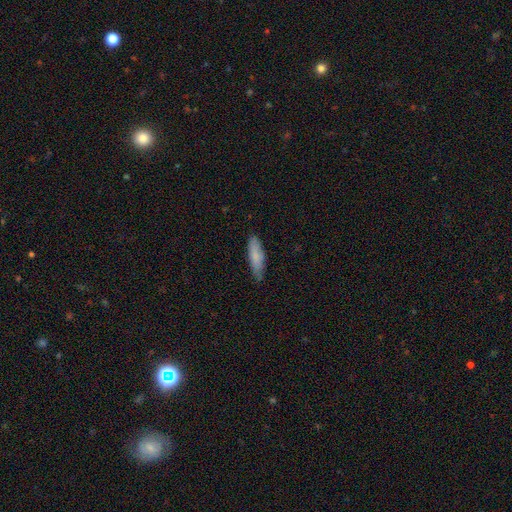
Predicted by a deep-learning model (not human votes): Smooth or featured? Predicted: smooth (p=0.82). How rounded? Predicted: cigar-shaped (p=0.60). Merging? Predicted: none (p=0.76).